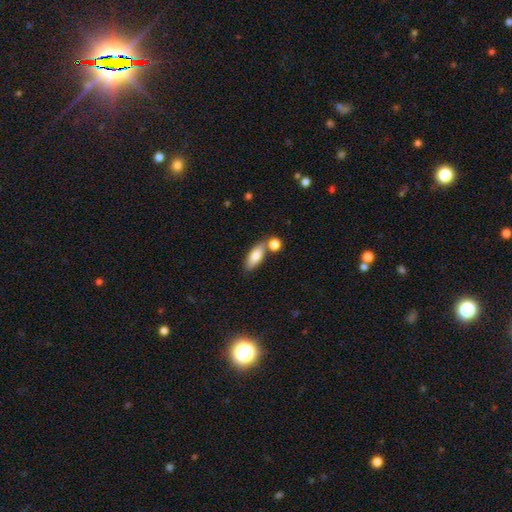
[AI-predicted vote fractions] Smooth or featured?
  - smooth: 78% *
  - featured or disk: 15%
  - star or artifact: 7%
How rounded?
  - in between: 71% *
  - cigar-shaped: 26%
  - round: 4%
Merging?
  - none: 61% *
  - merger: 23%
  - minor disturbance: 12%
  - major disturbance: 4%